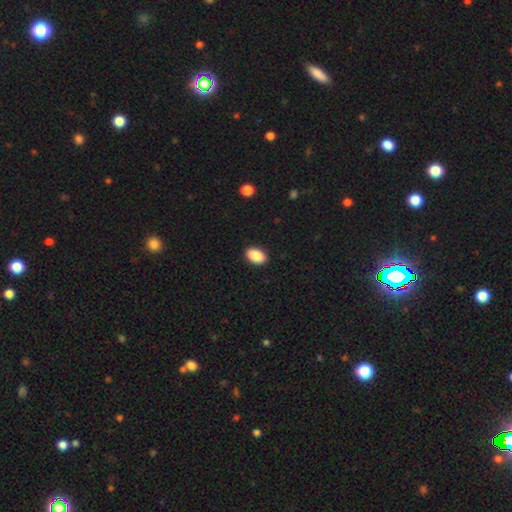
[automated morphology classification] type=smooth (89%); roundness=in between (91%); merging=none (91%).